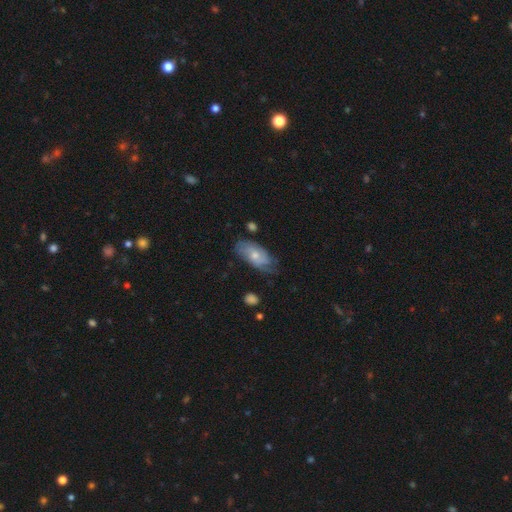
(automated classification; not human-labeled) The model was most divided on "smooth or featured": featured or disk: 48%, smooth: 46%, star or artifact: 6%. More confident: merging — none (58%).